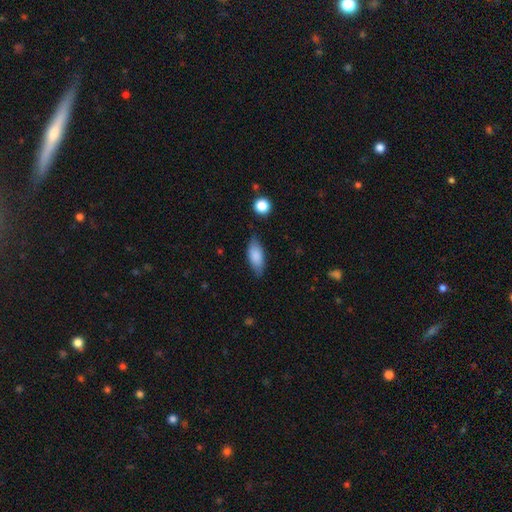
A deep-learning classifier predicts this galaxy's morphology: The model was most divided on "merging": none: 75%, minor disturbance: 18%, major disturbance: 4%, merger: 2%. More confident: smooth or featured — smooth (83%); how rounded — in between (83%).